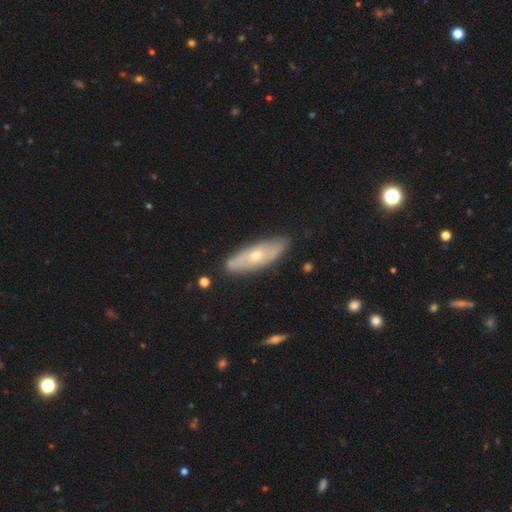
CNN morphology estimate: Smooth or featured? featured or disk (53%)
Edge-on disk? no (61%)
Merging? none (83%)